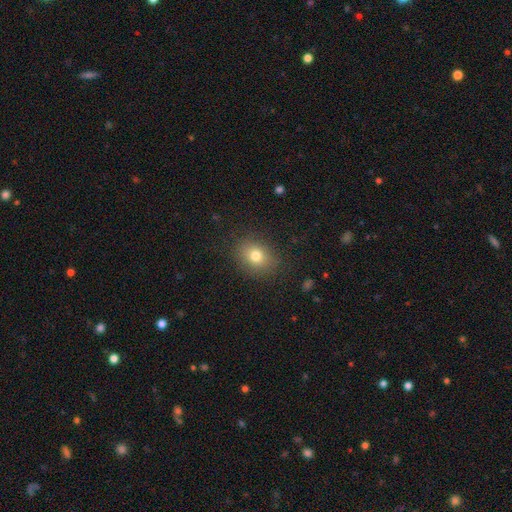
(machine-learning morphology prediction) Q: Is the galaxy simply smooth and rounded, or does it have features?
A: smooth — 77%.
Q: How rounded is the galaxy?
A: round — 52%.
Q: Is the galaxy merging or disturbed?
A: none — 85%.